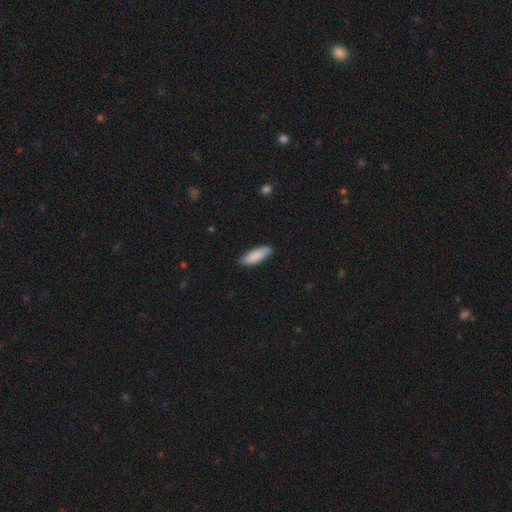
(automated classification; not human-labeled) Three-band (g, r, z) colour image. It shows a smooth galaxy with no disk features (89%) that is in between round and cigar-shaped (66%). Merging: none (85%).